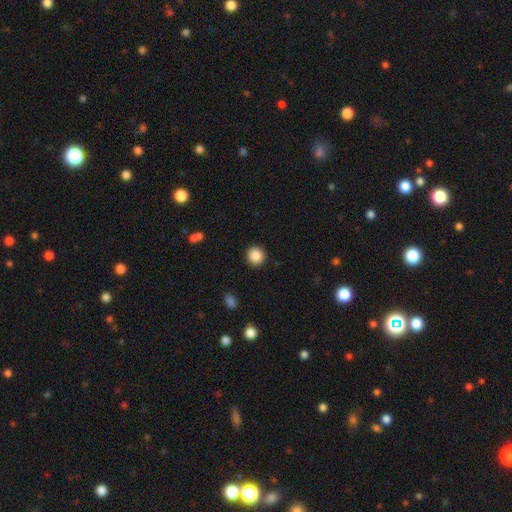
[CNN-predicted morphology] smooth 88%, star or artifact 9%, featured or disk 3%. Down the decision tree: how rounded — round (93%); merging — none (92%).